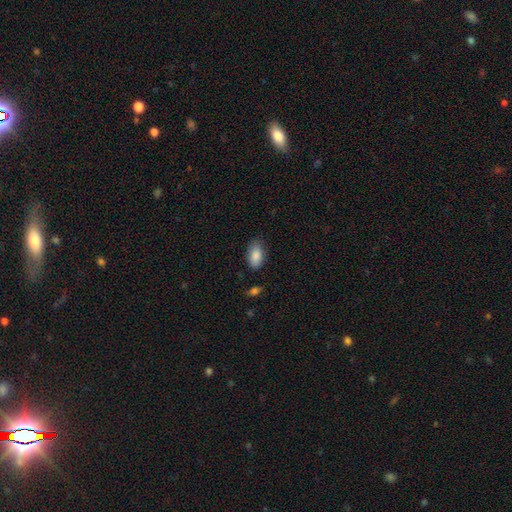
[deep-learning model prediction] A smooth galaxy with no disk features (87%) that is in between round and cigar-shaped (93%). Merging: none (76%).